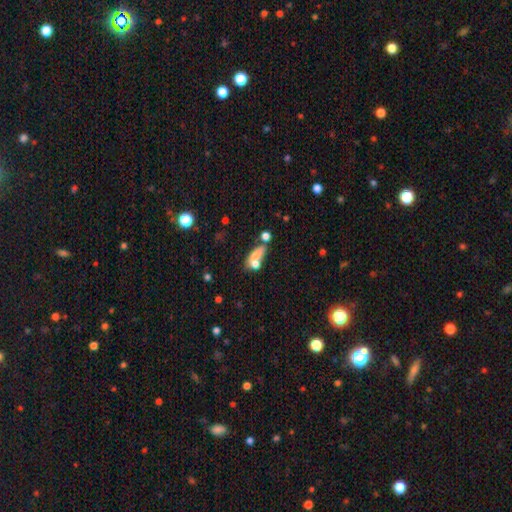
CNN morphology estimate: The model was most divided on "merging": merger: 48%, none: 30%, minor disturbance: 12%, major disturbance: 10%. More confident: smooth or featured — smooth (67%); how rounded — in between (66%).